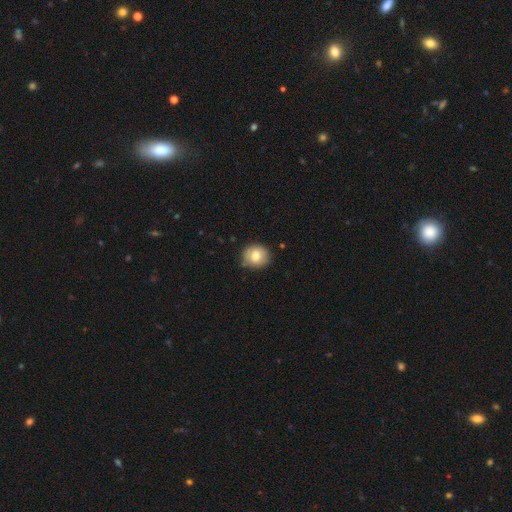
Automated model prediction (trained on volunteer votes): Q: Smooth or featured?
A: smooth (80%); runner-up: featured or disk (11%)
Q: How rounded?
A: round (81%); runner-up: in between (18%)
Q: Merging?
A: none (82%); runner-up: minor disturbance (13%)